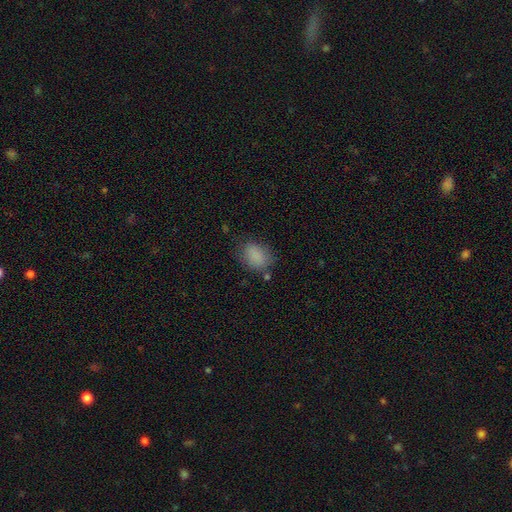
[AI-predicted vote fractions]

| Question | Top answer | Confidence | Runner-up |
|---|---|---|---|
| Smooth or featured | smooth | 85% | star or artifact (10%) |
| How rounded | in between | 71% | round (28%) |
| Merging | none | 70% | minor disturbance (20%) |